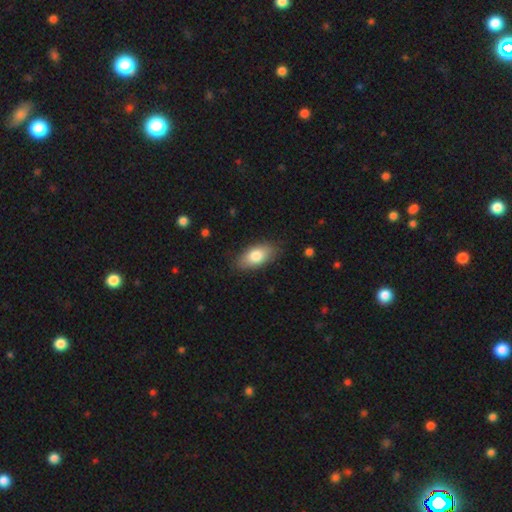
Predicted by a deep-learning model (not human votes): A smooth galaxy with no disk features (79%) that is in between round and cigar-shaped (90%). Merging: none (83%).